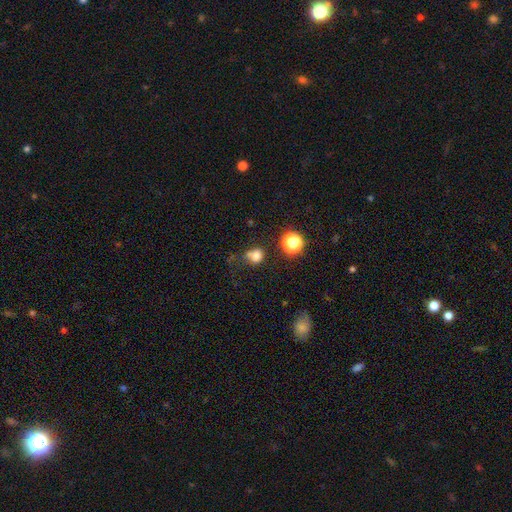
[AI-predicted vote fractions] The model was most divided on "merging": none: 49%, minor disturbance: 20%, merger: 20%, major disturbance: 11%. More confident: smooth or featured — smooth (75%); how rounded — round (71%).